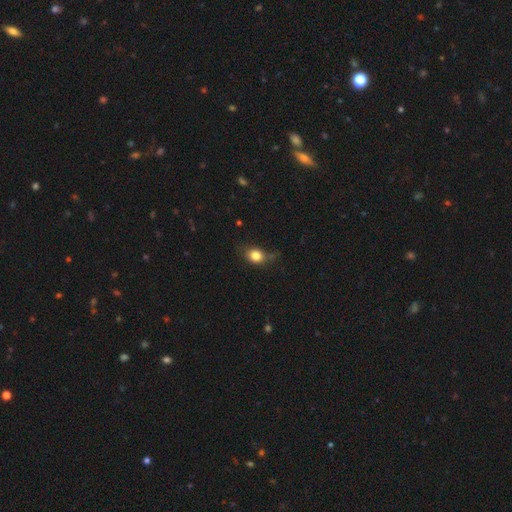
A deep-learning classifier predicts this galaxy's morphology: This is clearly a smooth galaxy (81%). How rounded: possibly round (53%). Merging: likely none (60%).